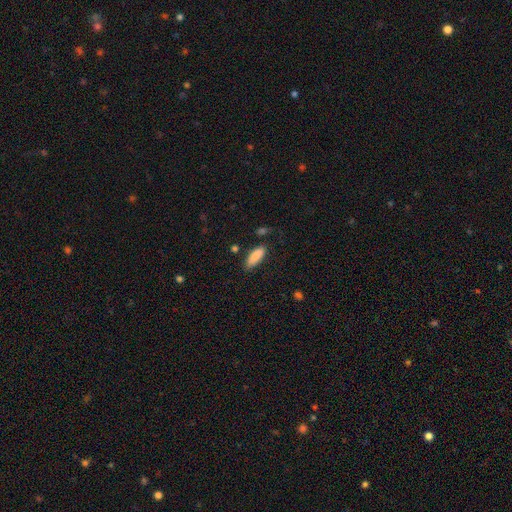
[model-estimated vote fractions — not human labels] smooth 87%, star or artifact 6%, featured or disk 6%. Down the decision tree: how rounded — in between (71%); merging — none (74%).